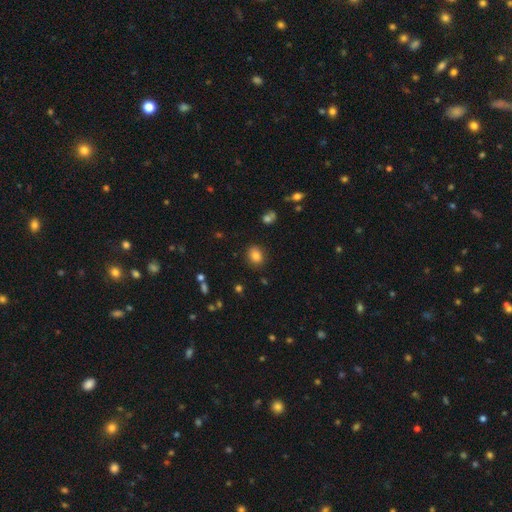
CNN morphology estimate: smooth-or-featured: smooth: 82% | star or artifact: 12% | featured or disk: 6%
  how-rounded: round: 53% | in between: 46% | cigar-shaped: 1%
  merging: none: 86% | minor disturbance: 9% | major disturbance: 3% | merger: 2%